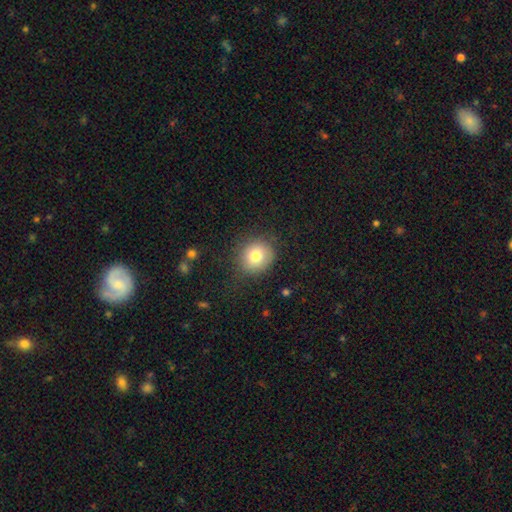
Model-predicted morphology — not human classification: This appears to be a smooth galaxy with no disk features (78%) that is round (80%). Merging: none (79%).